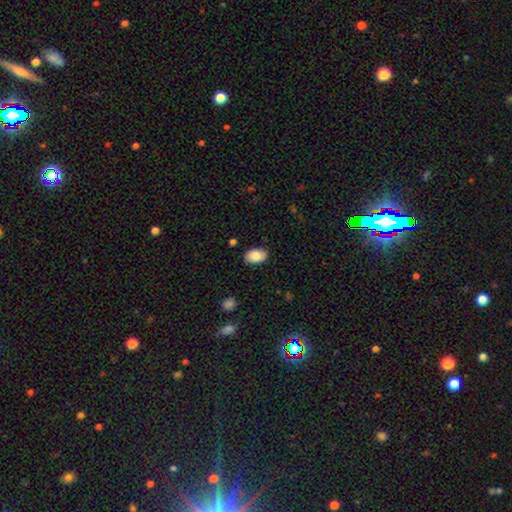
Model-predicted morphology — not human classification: type=smooth (86%); roundness=in between (92%); merging=none (86%).